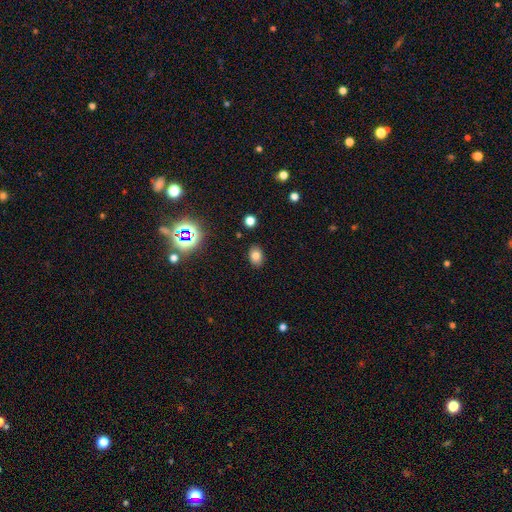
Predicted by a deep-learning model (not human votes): Smooth or featured?
  - smooth: 77% *
  - star or artifact: 14%
  - featured or disk: 8%
How rounded?
  - in between: 72% *
  - round: 27%
  - cigar-shaped: 1%
Merging?
  - none: 88% *
  - minor disturbance: 8%
  - major disturbance: 2%
  - merger: 2%